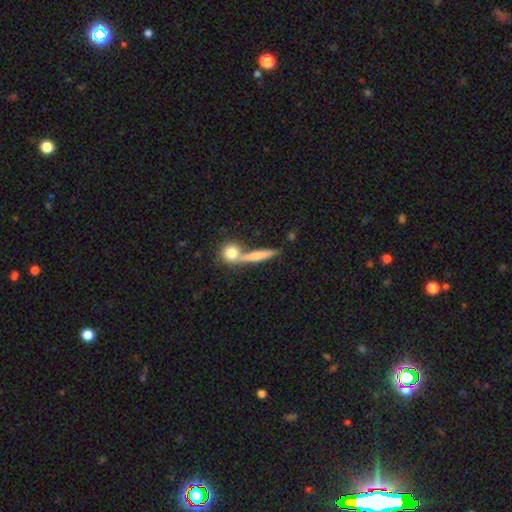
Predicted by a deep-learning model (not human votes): smooth-or-featured: smooth: 53% | featured or disk: 36% | star or artifact: 11%
  how-rounded: cigar-shaped: 62% | round: 23% | in between: 15%
  merging: none: 61% | merger: 25% | minor disturbance: 10% | major disturbance: 4%